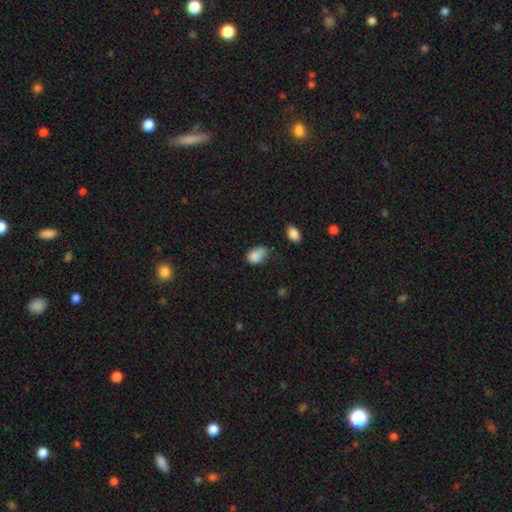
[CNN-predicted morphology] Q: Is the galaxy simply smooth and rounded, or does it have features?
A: smooth — 86%.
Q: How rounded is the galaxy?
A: in between — 78%.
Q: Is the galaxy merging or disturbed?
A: minor disturbance — 42%, tied with none.